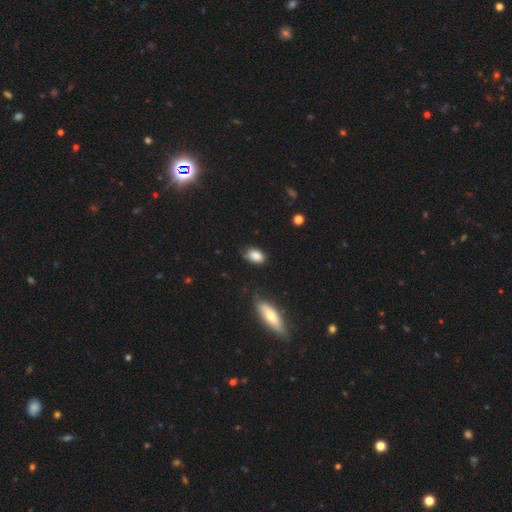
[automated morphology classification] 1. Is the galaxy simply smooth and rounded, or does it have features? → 85% smooth, 8% star or artifact, 7% featured or disk.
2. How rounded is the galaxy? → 86% in between, 13% round, 2% cigar-shaped.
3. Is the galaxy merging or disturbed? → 69% none, 24% minor disturbance, 5% major disturbance, 2% merger.